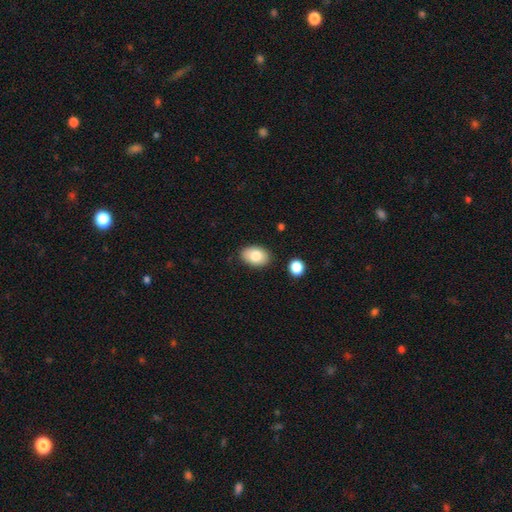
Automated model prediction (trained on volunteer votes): This appears to be a smooth galaxy with no disk features (83%) that is in between round and cigar-shaped (87%). Merging: none (84%).